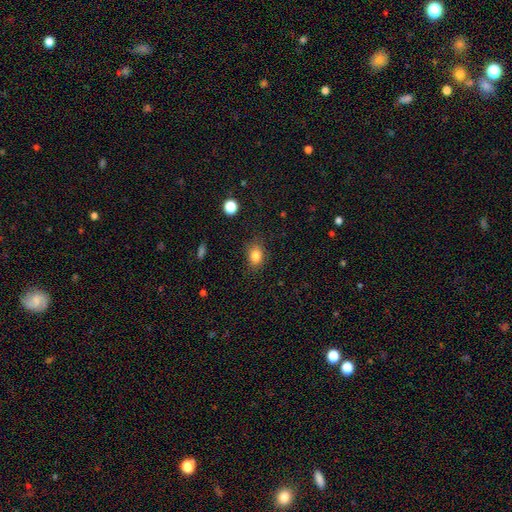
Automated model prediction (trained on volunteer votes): Smooth or featured: smooth — 83% (star or artifact — 11%)
How rounded: in between — 65% (round — 34%)
Merging: none — 82% (minor disturbance — 13%)